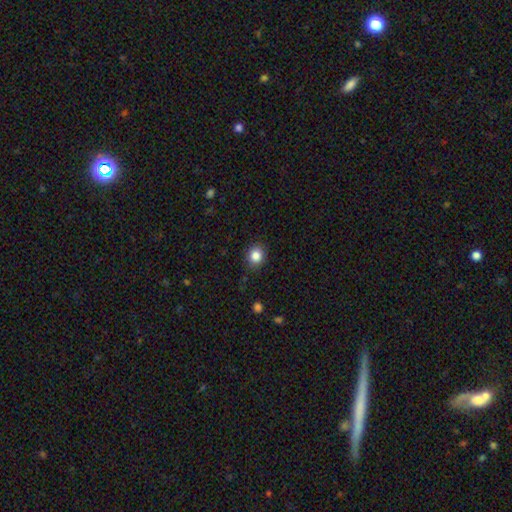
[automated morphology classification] smooth-or-featured: smooth: 85% | star or artifact: 10% | featured or disk: 5%
  how-rounded: round: 71% | in between: 28% | cigar-shaped: 1%
  merging: none: 87% | minor disturbance: 10% | major disturbance: 3% | merger: 1%